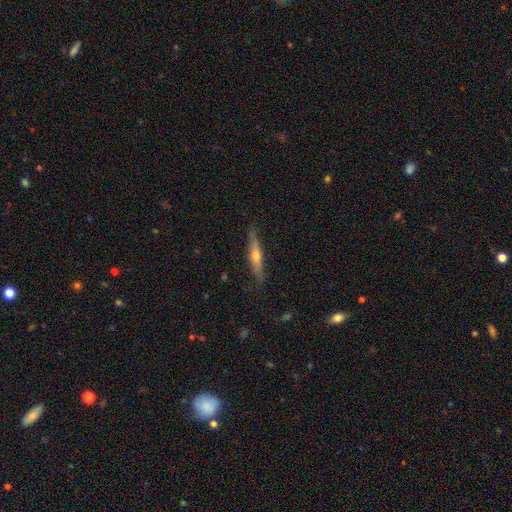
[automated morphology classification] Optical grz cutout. It shows a featured or disk galaxy (56%) viewed edge-on (94%) with a rounded central bulge (88%). Merging: none (86%).